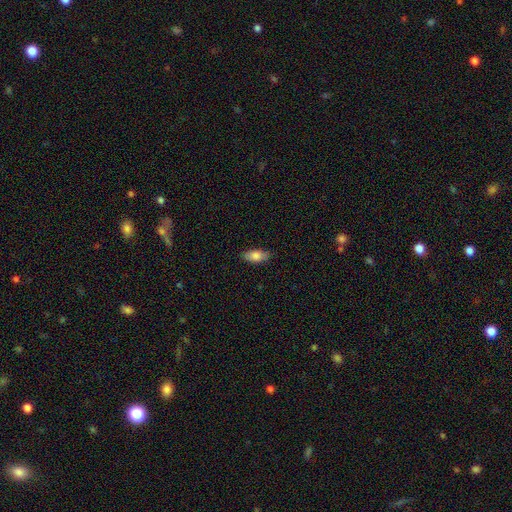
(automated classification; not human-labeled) smooth_or_featured: smooth (p=0.82) [alt: featured or disk p=0.12]
how_rounded: in between (p=0.87) [alt: cigar-shaped p=0.10]
merging: none (p=0.85) [alt: minor disturbance p=0.12]